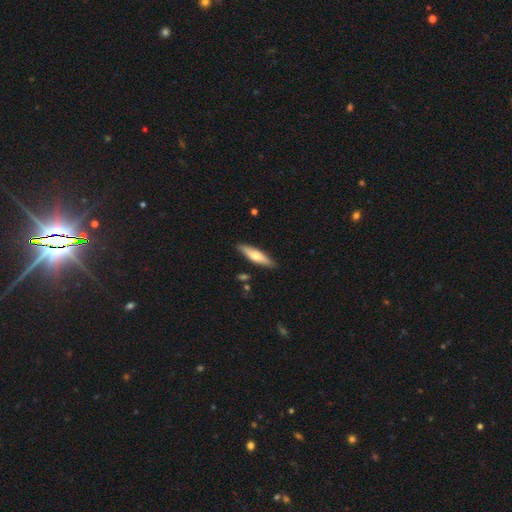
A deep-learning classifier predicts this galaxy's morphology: Smooth or featured? smooth (57%)
How rounded? cigar-shaped (72%)
Merging? none (88%)